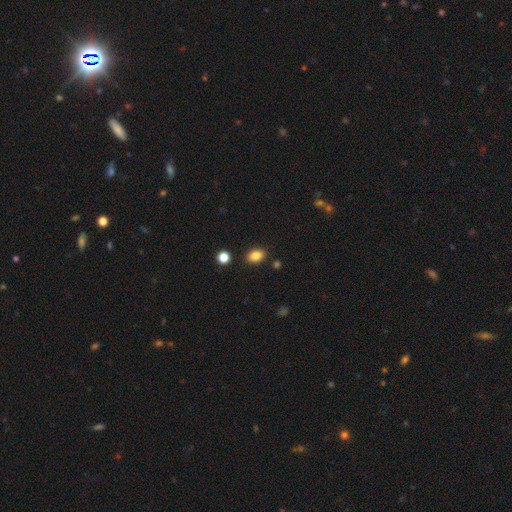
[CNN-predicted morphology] A smooth galaxy with no disk features (85%) that is in between round and cigar-shaped (79%). Merging: none (86%).